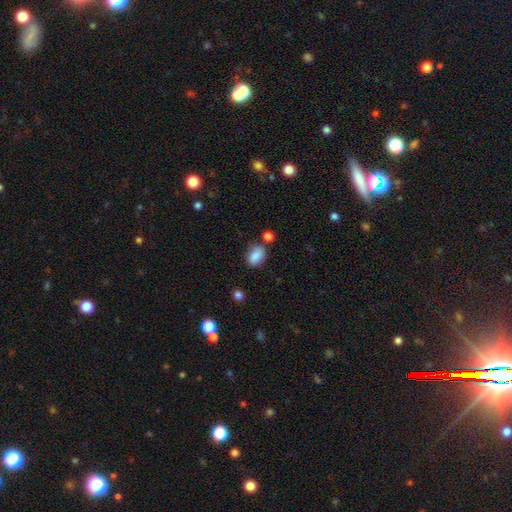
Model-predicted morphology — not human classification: Smooth or featured: smooth — 87% (star or artifact — 8%)
How rounded: in between — 81% (round — 18%)
Merging: none — 70% (minor disturbance — 17%)